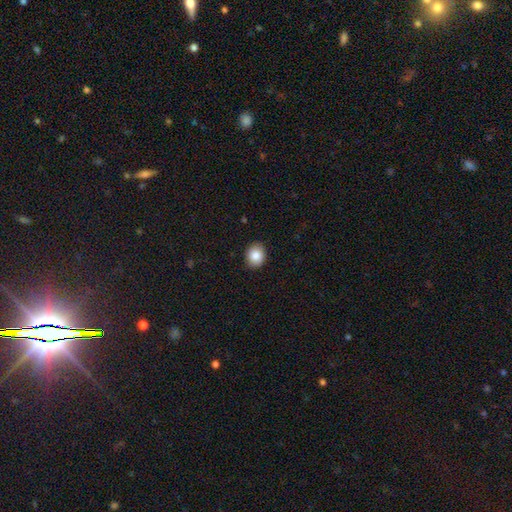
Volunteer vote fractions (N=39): This is likely a smooth galaxy (79%). How rounded: likely in between (71%). Merging: clearly none (94%).